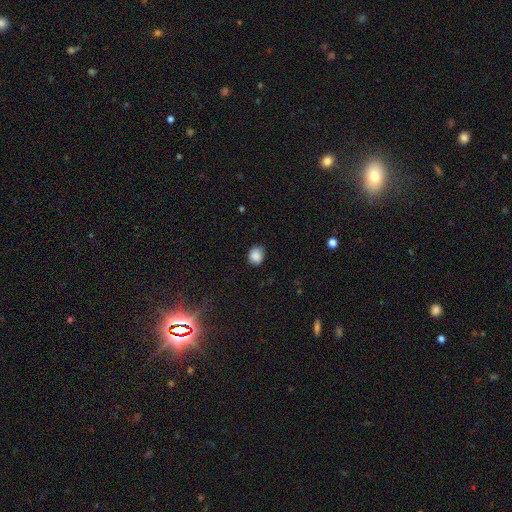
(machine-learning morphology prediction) smooth_or_featured: smooth (p=0.88) [alt: star or artifact p=0.09]
how_rounded: round (p=0.65) [alt: in between p=0.34]
merging: none (p=0.81) [alt: minor disturbance p=0.15]